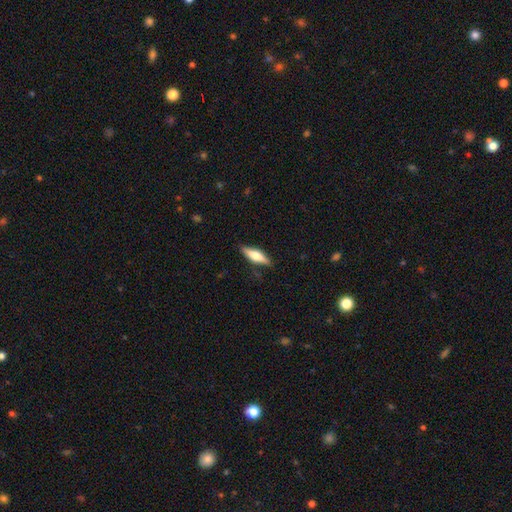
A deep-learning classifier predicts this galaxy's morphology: Smooth or featured? smooth (56%)
How rounded? cigar-shaped (55%)
Merging? none (82%)